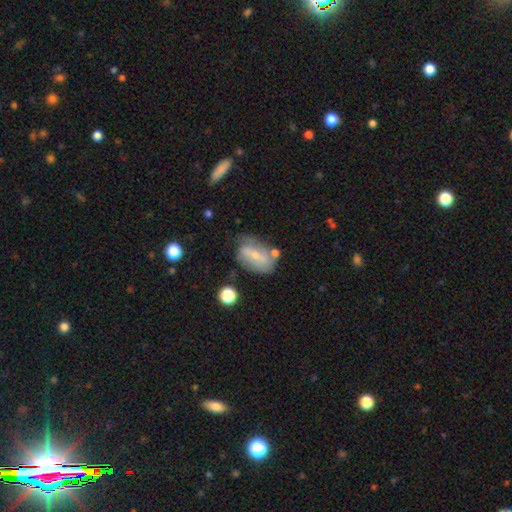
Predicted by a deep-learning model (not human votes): Morphology: type=featured or disk (48%); merging=none (51%).